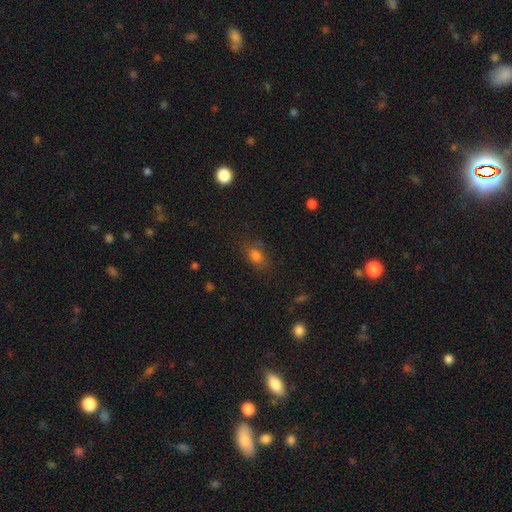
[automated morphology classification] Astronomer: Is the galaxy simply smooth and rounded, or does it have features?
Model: smooth — 78%.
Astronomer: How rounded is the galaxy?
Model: in between — 74%.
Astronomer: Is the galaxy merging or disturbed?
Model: none — 71%.